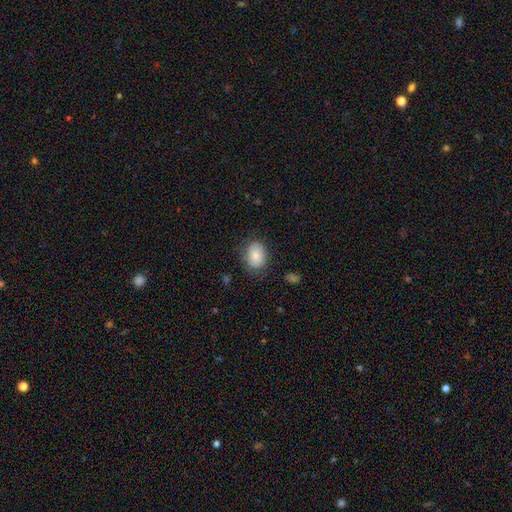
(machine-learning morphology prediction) This is clearly a smooth galaxy (81%). How rounded: likely in between (68%). Merging: likely none (73%).